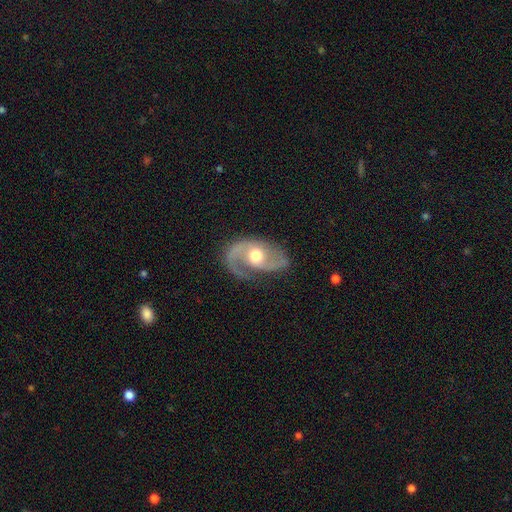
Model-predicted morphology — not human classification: smooth-or-featured: featured or disk: 86% | smooth: 9% | star or artifact: 5%
  disk-edge-on: no: 96% | yes: 4%
    bar: no: 62% | weak: 30% | strong: 8%
    has-spiral-arms: yes: 94% | no: 6%
      spiral-winding: medium: 50% | loose: 30% | tight: 19%
      spiral-arm-count: 2: 85% | 1: 9% | can't tell: 3% | 3: 1% | 4: 1% | more than 4: 1%
    bulge-size: moderate: 75% | large: 12% | small: 11% | dominant: 1% | none: 1%
  merging: none: 73% | minor disturbance: 17% | major disturbance: 9% | merger: 1%